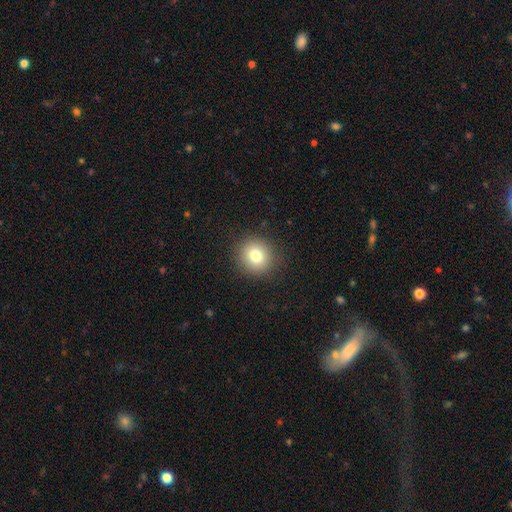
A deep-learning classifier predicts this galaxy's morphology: A smooth galaxy with no disk features (79%) that is round (89%). Merging: none (90%).